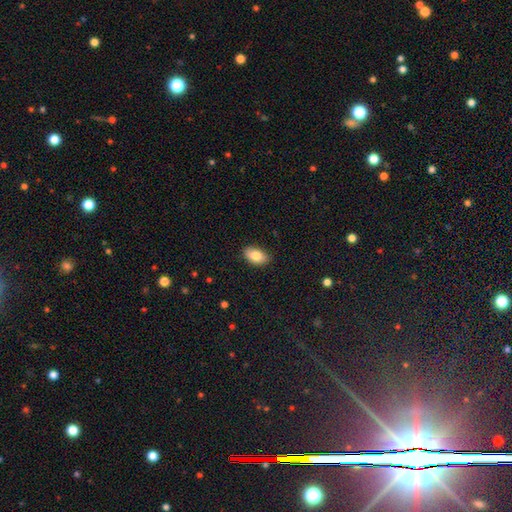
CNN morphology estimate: Smooth or featured: smooth — 84% (featured or disk — 9%)
How rounded: in between — 92% (round — 6%)
Merging: none — 83% (minor disturbance — 13%)